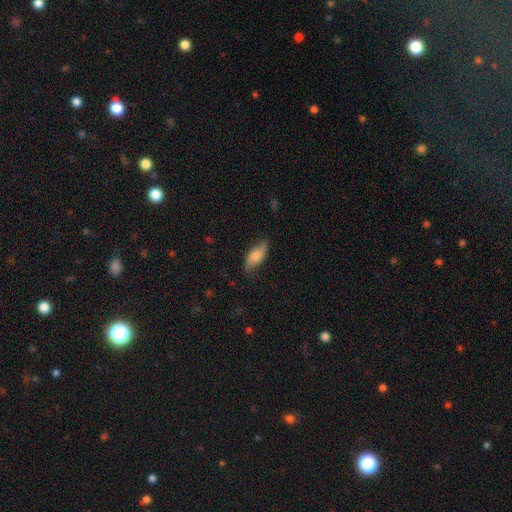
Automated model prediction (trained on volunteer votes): Q: Smooth or featured?
A: smooth (68%); runner-up: featured or disk (26%)
Q: How rounded?
A: in between (81%); runner-up: cigar-shaped (16%)
Q: Merging?
A: none (72%); runner-up: minor disturbance (22%)